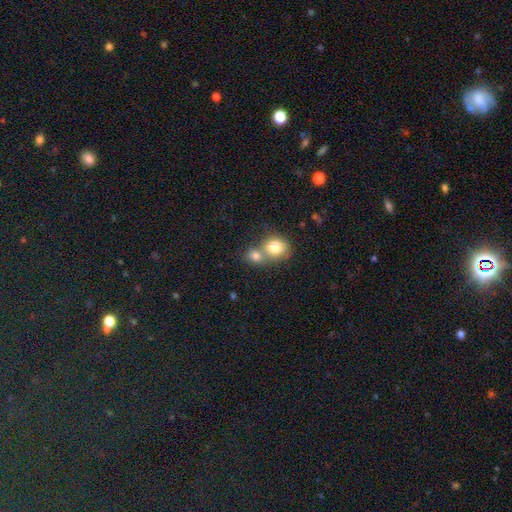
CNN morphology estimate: Smooth or featured: smooth — 79% (featured or disk — 11%)
How rounded: round — 73% (in between — 26%)
Merging: merger — 61% (none — 30%)